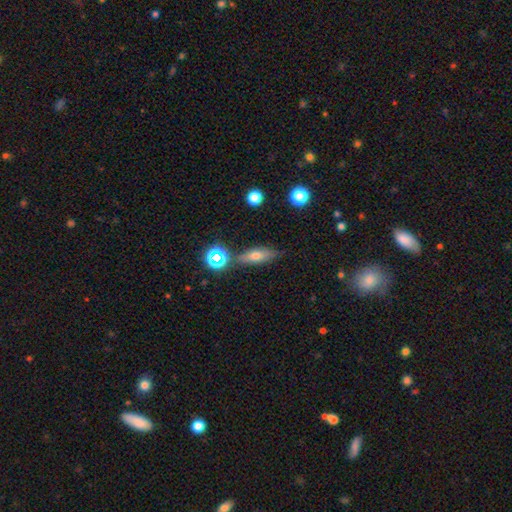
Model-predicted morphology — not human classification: type=smooth (64%); roundness=in between (59%); merging=none (73%).